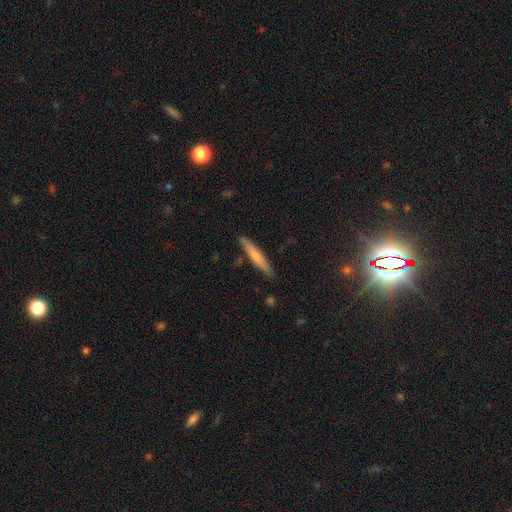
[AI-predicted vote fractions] smooth_or_featured: smooth (p=0.64) [alt: featured or disk p=0.30]
how_rounded: cigar-shaped (p=0.93) [alt: in between p=0.05]
merging: none (p=0.85) [alt: minor disturbance p=0.10]